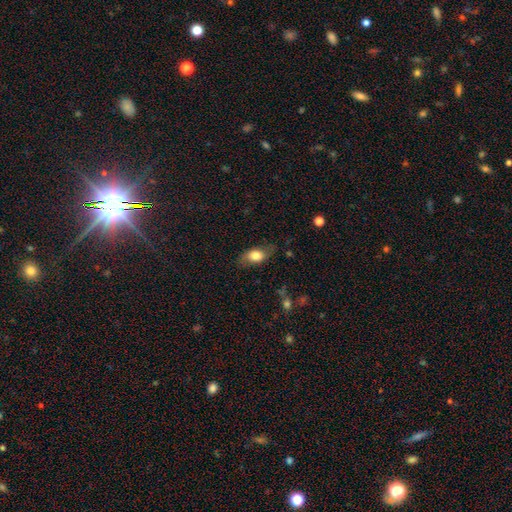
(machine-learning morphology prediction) smooth 74%, featured or disk 19%, star or artifact 7%. Down the decision tree: how rounded — in between (86%); merging — none (74%).